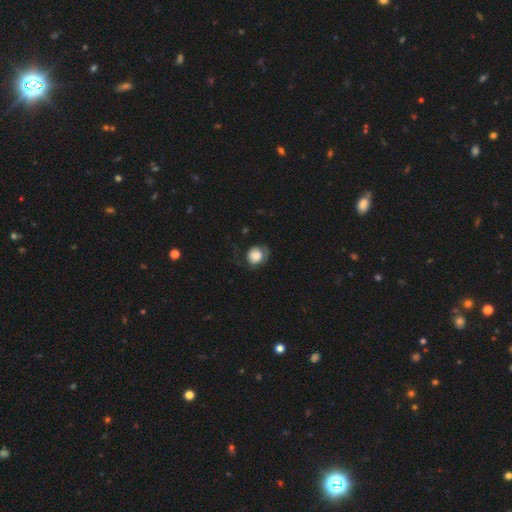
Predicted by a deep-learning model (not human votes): smooth 77%, featured or disk 15%, star or artifact 8%. Down the decision tree: how rounded — round (75%); merging — none (49%).